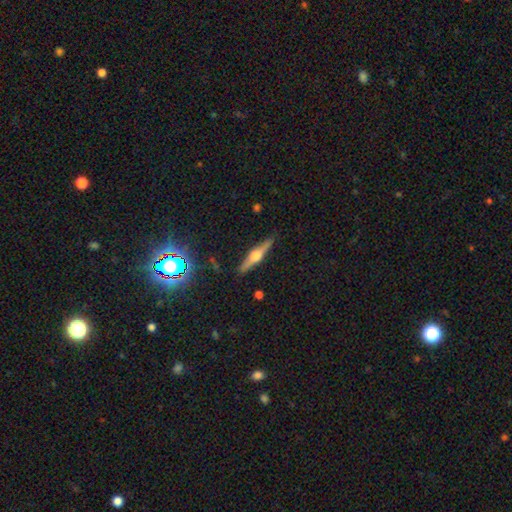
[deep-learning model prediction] This is likely a featured or disk galaxy (72%). It is clearly viewed edge-on (97%). Edge-on bulge: clearly rounded (94%). Merging: clearly none (89%).